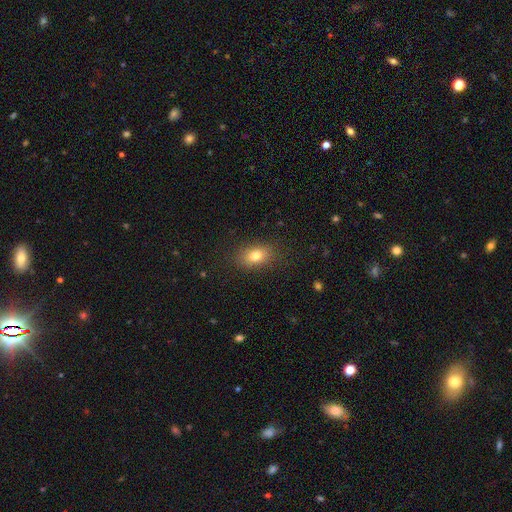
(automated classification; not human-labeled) smooth 79%, star or artifact 11%, featured or disk 10%. Down the decision tree: how rounded — in between (81%); merging — none (85%).